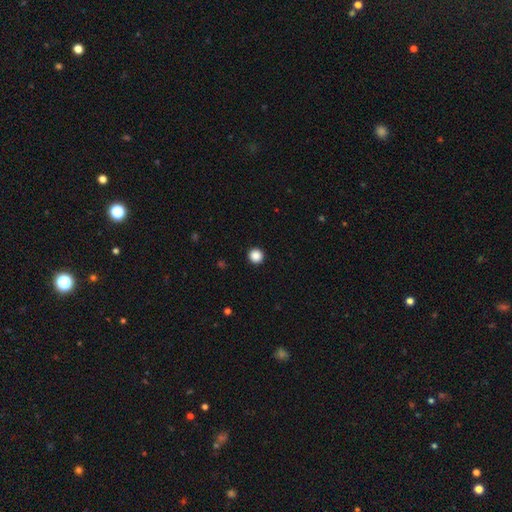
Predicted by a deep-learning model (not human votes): smooth_or_featured: smooth (p=0.87) [alt: star or artifact p=0.10]
how_rounded: round (p=0.96) [alt: in between p=0.03]
merging: none (p=0.94) [alt: minor disturbance p=0.04]